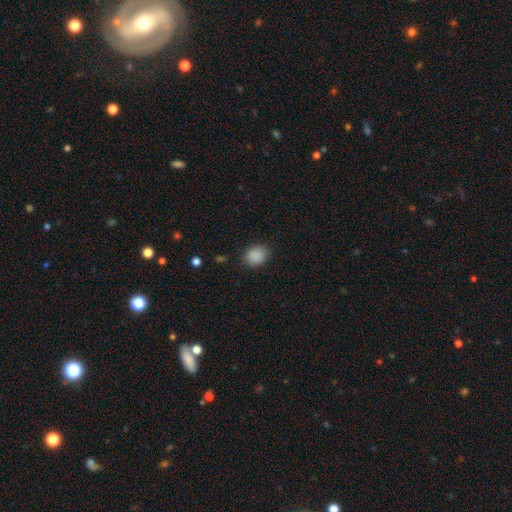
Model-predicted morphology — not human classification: Smooth or featured?
  - smooth: 88% *
  - star or artifact: 9%
  - featured or disk: 3%
How rounded?
  - round: 52% *
  - in between: 47%
  - cigar-shaped: 1%
Merging?
  - none: 83% *
  - minor disturbance: 12%
  - major disturbance: 3%
  - merger: 1%